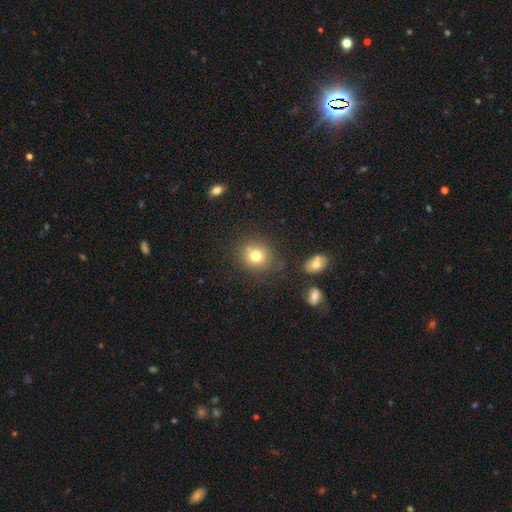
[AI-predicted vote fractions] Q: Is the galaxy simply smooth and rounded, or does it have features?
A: smooth — 77%.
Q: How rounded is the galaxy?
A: round — 84%.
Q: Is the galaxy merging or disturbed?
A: none — 78%.